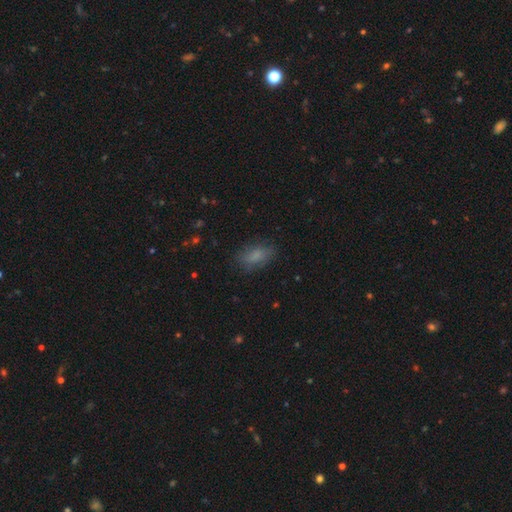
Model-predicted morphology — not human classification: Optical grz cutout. It shows a smooth galaxy with no disk features (79%) that is in between round and cigar-shaped (87%). Merging: none (77%).